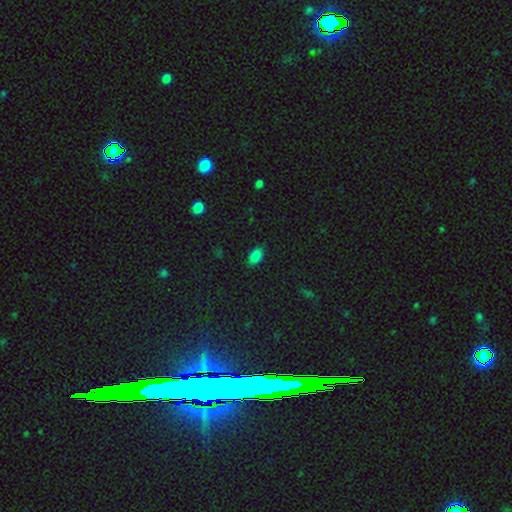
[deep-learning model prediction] Smooth or featured? smooth (83%)
How rounded? in between (92%)
Merging? none (83%)